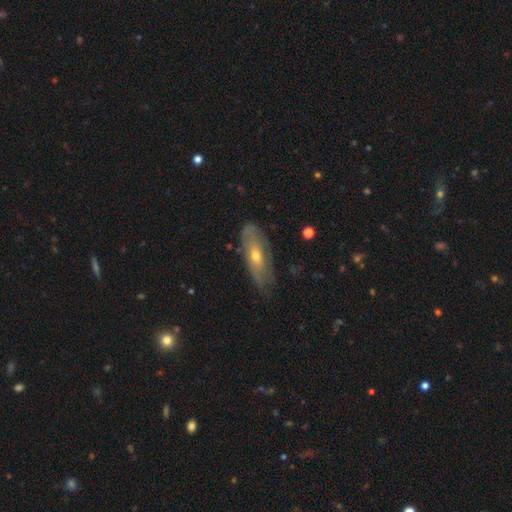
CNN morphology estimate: This appears to be a featured or disk galaxy (63%). Merging: none (79%).